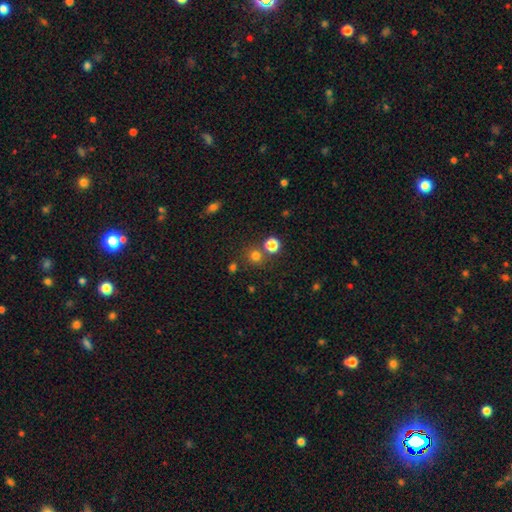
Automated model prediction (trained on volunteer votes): Q: Smooth or featured?
A: smooth (74%); runner-up: star or artifact (20%)
Q: How rounded?
A: round (89%); runner-up: in between (10%)
Q: Merging?
A: none (76%); runner-up: merger (13%)